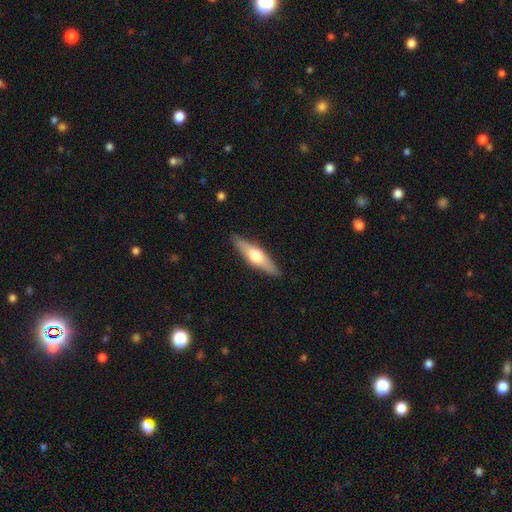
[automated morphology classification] A featured or disk galaxy (51%) viewed edge-on (91%). Merging: none (88%).